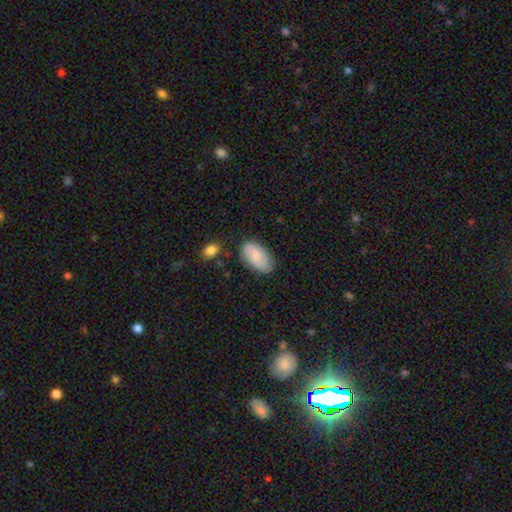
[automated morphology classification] Smooth or featured: smooth — 69% (featured or disk — 25%)
How rounded: in between — 94% (round — 4%)
Merging: none — 74% (minor disturbance — 19%)